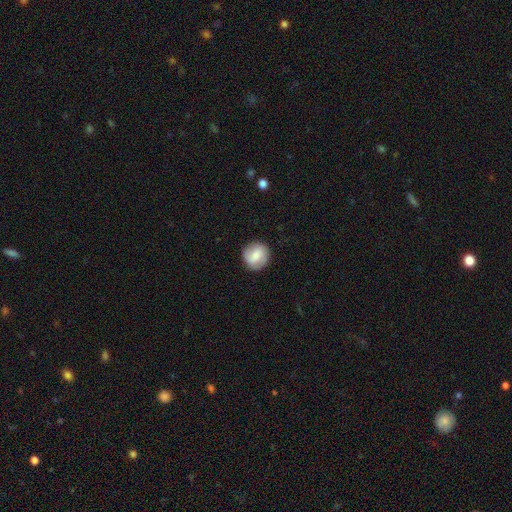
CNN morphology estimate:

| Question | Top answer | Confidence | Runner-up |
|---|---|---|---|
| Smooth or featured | smooth | 73% | featured or disk (20%) |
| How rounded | round | 91% | in between (8%) |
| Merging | none | 89% | minor disturbance (8%) |